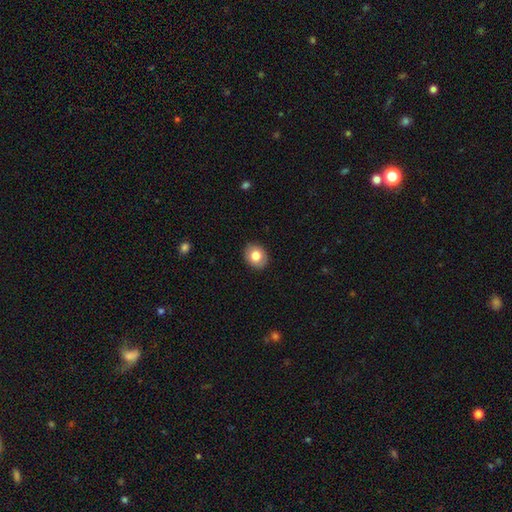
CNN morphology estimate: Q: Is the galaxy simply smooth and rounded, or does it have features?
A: smooth — 81%.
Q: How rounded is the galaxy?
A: round — 60%.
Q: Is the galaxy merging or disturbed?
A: none — 90%.